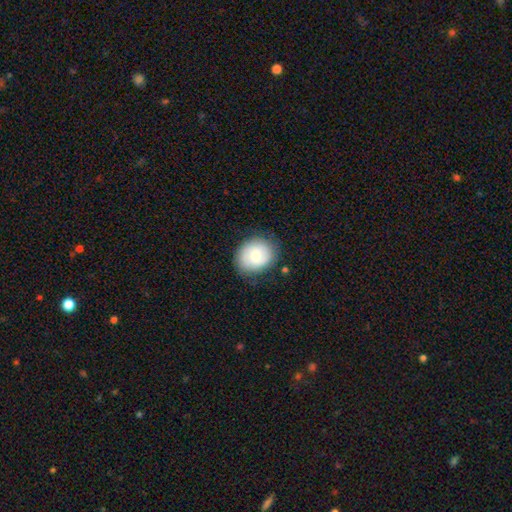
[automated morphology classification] smooth-or-featured: smooth: 58% | featured or disk: 35% | star or artifact: 7%
  how-rounded: round: 64% | in between: 35% | cigar-shaped: 1%
  merging: none: 80% | minor disturbance: 15% | major disturbance: 4% | merger: 1%